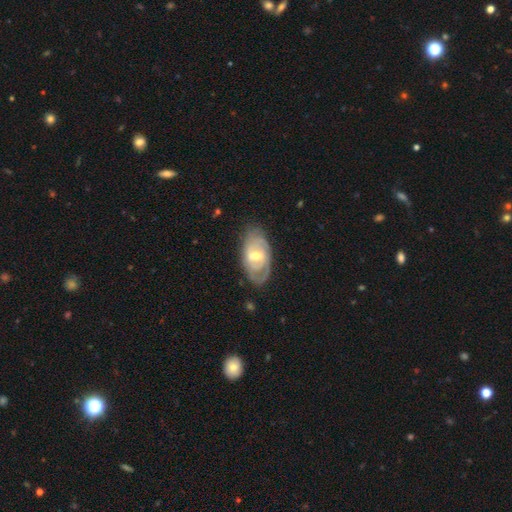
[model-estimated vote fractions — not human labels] Smooth or featured?
  - featured or disk: 74% *
  - smooth: 20%
  - star or artifact: 5%
Edge-on disk?
  - no: 94% *
  - yes: 6%
Bar?
  - weak: 55% *
  - no: 27%
  - strong: 18%
Spiral arms?
  - yes: 82% *
  - no: 18%
Spiral winding?
  - tight: 59% *
  - medium: 31%
  - loose: 10%
Spiral arm count?
  - 2: 45% *
  - can't tell: 37%
  - 3: 8%
  - 1: 5%
  - 4: 3%
  - more than 4: 2%
Bulge size?
  - moderate: 62% *
  - small: 31%
  - large: 4%
  - none: 1%
  - dominant: 1%
Merging?
  - none: 70% *
  - minor disturbance: 21%
  - major disturbance: 7%
  - merger: 1%